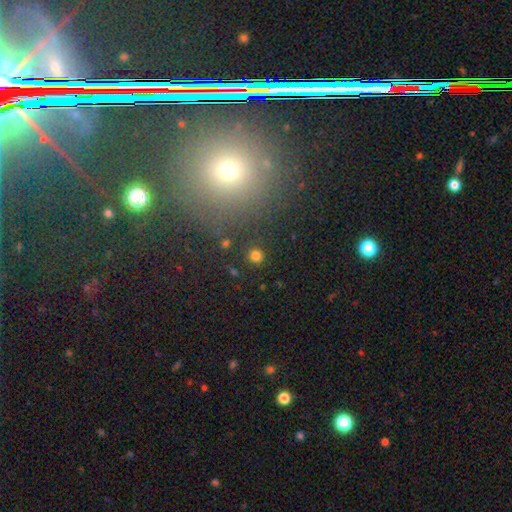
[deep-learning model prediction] Smooth or featured?
  - smooth: 78% *
  - star or artifact: 17%
  - featured or disk: 5%
How rounded?
  - round: 94% *
  - in between: 5%
  - cigar-shaped: 1%
Merging?
  - none: 89% *
  - minor disturbance: 5%
  - merger: 3%
  - major disturbance: 3%